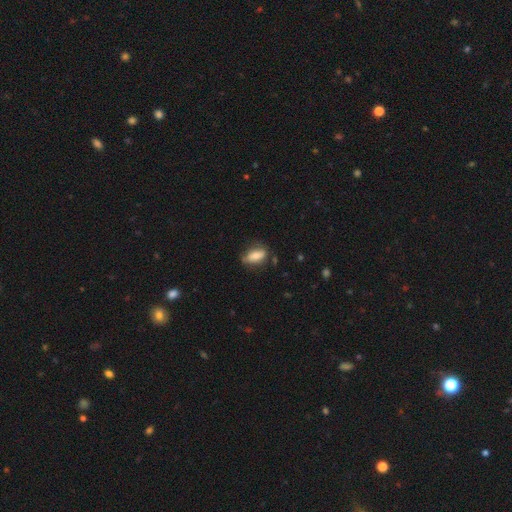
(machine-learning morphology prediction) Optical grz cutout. It shows a smooth galaxy with no disk features (74%) that is in between round and cigar-shaped (82%). Merging: none (64%).